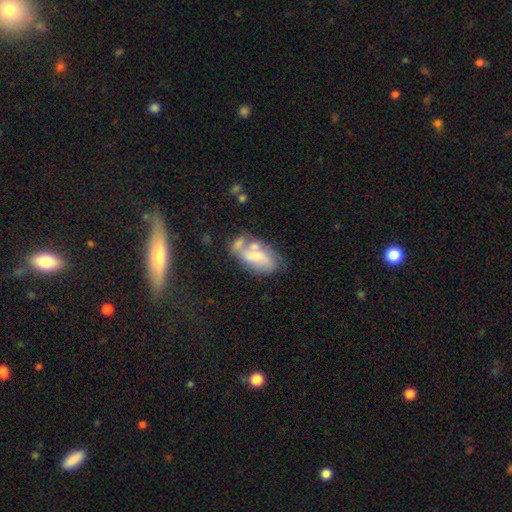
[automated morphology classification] Q: Smooth or featured?
A: smooth (48%); runner-up: featured or disk (44%)
Q: Merging?
A: none (32%); runner-up: merger (30%)